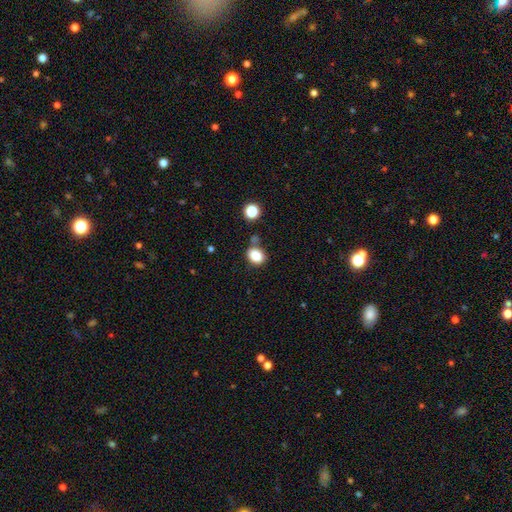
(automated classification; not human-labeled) This is clearly a smooth galaxy (86%). How rounded: possibly in between (56%). Merging: likely none (67%).